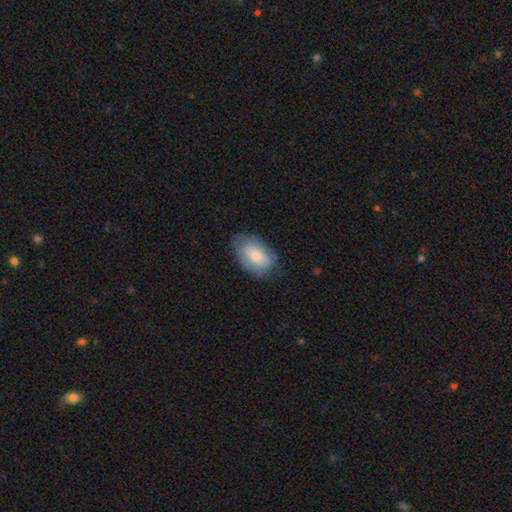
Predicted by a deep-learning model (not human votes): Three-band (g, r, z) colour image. It shows a smooth galaxy with no disk features (73%) that is in between round and cigar-shaped (90%). Merging: none (65%).